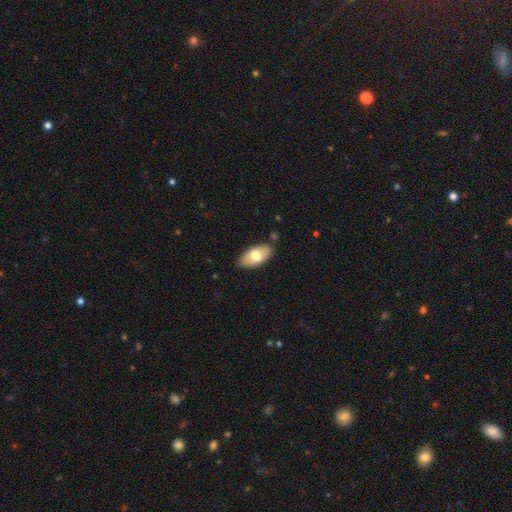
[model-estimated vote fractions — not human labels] Overall: smooth (66%; featured or disk 28%). How rounded: in between (94%). Merging: none (83%).